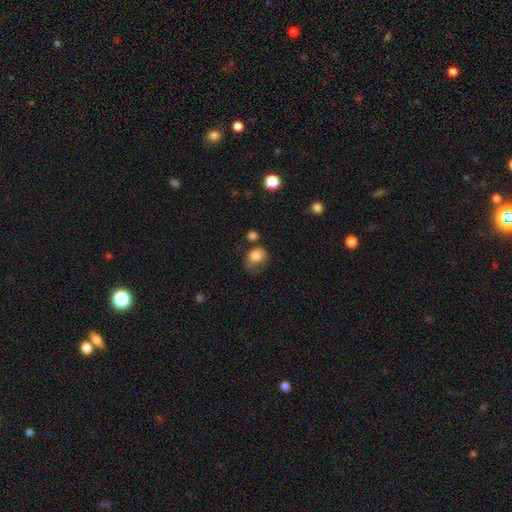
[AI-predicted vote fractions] This is clearly a smooth galaxy (80%). How rounded: possibly round (52%). Merging: marginally none (36%).